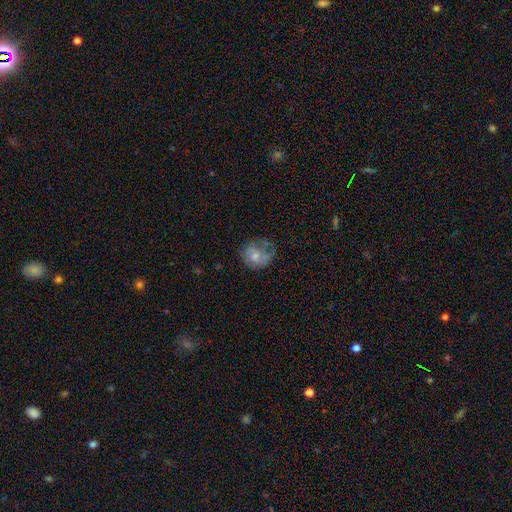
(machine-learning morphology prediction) Smooth or featured? smooth (56%)
How rounded? round (63%)
Merging? none (40%)